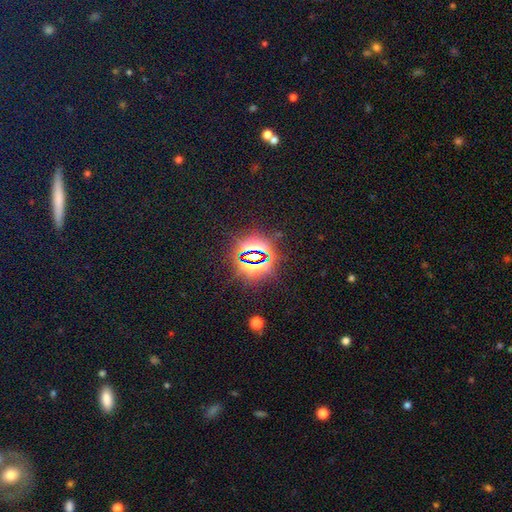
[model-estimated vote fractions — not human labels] Smooth or featured: star or artifact — 82% (smooth — 10%)